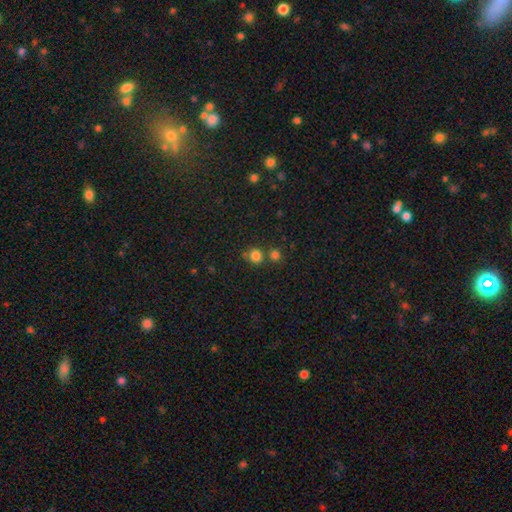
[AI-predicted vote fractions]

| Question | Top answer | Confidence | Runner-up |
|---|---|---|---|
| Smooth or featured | smooth | 81% | star or artifact (14%) |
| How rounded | round | 88% | in between (11%) |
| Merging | none | 68% | merger (20%) |